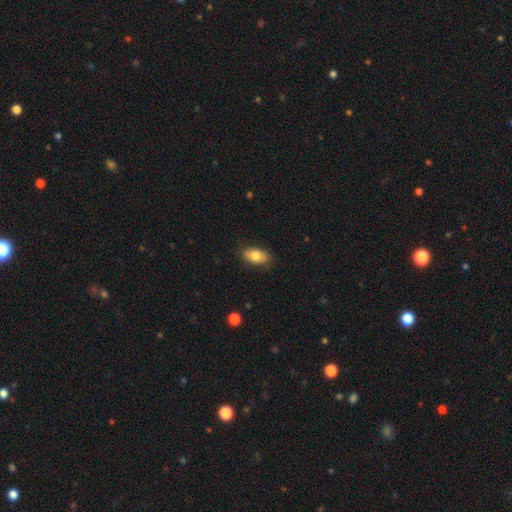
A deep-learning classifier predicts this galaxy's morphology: smooth-or-featured: smooth: 80% | featured or disk: 13% | star or artifact: 7%
  how-rounded: in between: 91% | round: 6% | cigar-shaped: 3%
  merging: none: 83% | minor disturbance: 13% | major disturbance: 3% | merger: 1%